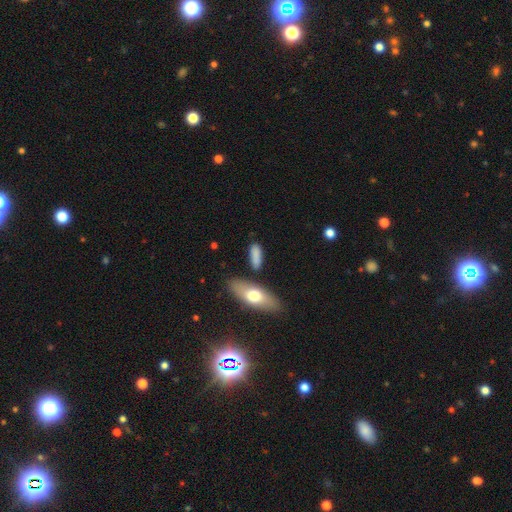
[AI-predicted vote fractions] Smooth or featured? Predicted: smooth (p=0.82). How rounded? Predicted: in between (p=0.58). Merging? Predicted: none (p=0.73).